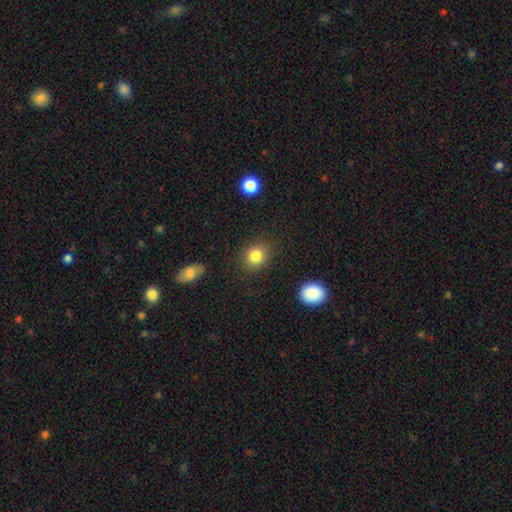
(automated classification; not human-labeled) A smooth galaxy with no disk features (83%) that is round (74%).

Vote fractions:
- Smooth or featured? smooth: 83% / star or artifact: 11% / featured or disk: 6%
- How rounded? round: 74% / in between: 25% / cigar-shaped: 1%
- Merging? none: 87% / minor disturbance: 9% / major disturbance: 3% / merger: 2%